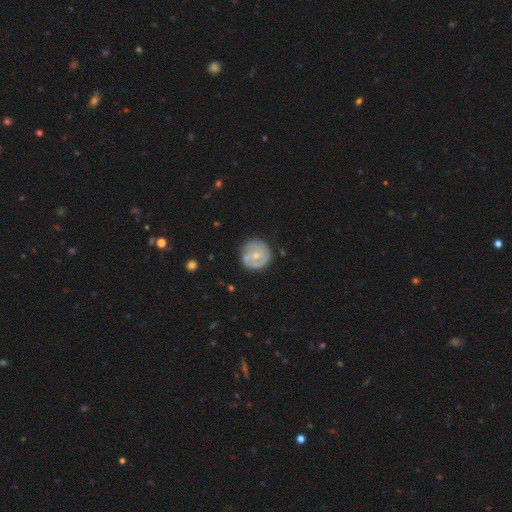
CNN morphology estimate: featured or disk 64%, smooth 31%, star or artifact 6%. Down the decision tree: edge-on disk — no (98%); bar — no (62%); spiral arms — yes (77%); bulge size — small (57%); merging — none (75%).